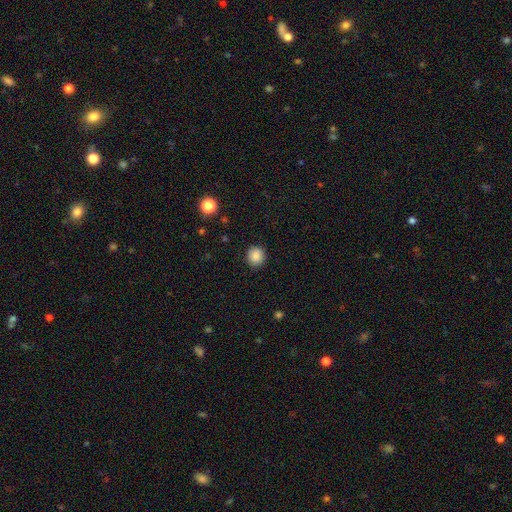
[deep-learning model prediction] Smooth or featured? smooth (87%)
How rounded? round (88%)
Merging? none (90%)